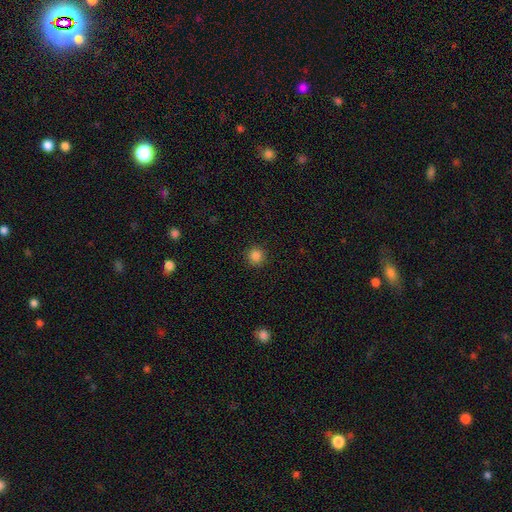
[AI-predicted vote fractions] Smooth or featured: smooth — 84% (star or artifact — 12%)
How rounded: round — 94% (in between — 5%)
Merging: none — 92% (minor disturbance — 5%)